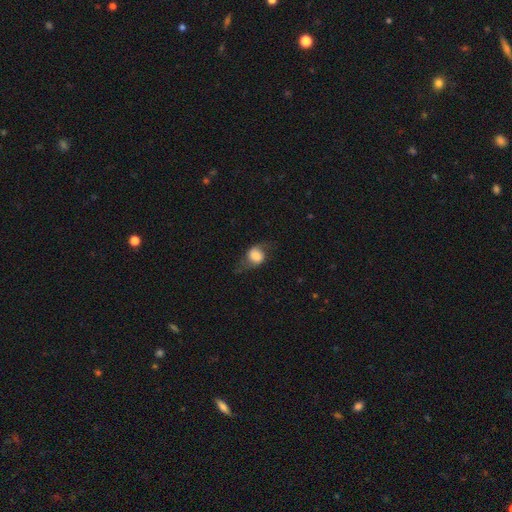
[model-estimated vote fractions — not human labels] Morphology: type=smooth (60%); roundness=round (58%); merging=none (57%).